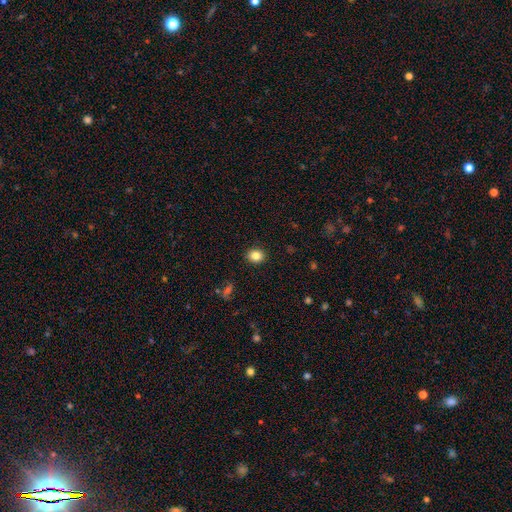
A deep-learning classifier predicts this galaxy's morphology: type=smooth (84%); roundness=round (63%); merging=none (91%).